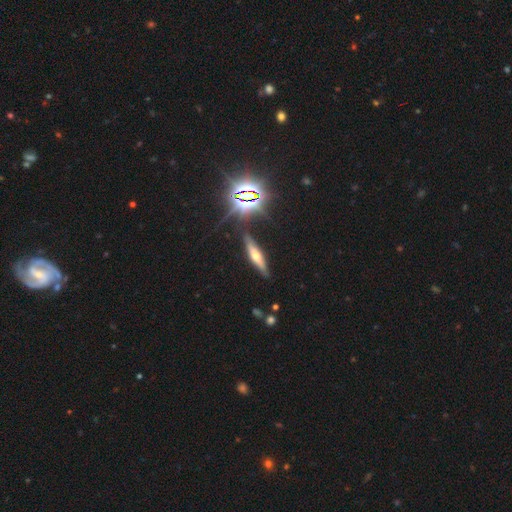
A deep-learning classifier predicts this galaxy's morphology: A featured or disk galaxy (46%).

Vote fractions:
- Smooth or featured? featured or disk: 46% / smooth: 36% / star or artifact: 18%
- Merging? none: 83% / minor disturbance: 12% / major disturbance: 3% / merger: 3%